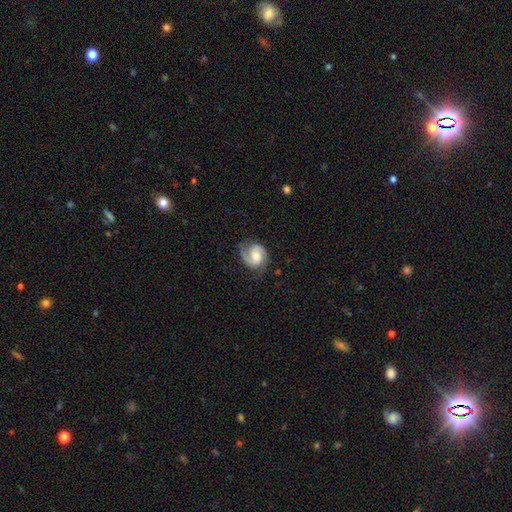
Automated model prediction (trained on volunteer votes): smooth_or_featured: featured or disk (p=0.78) [alt: smooth p=0.16]
disk_edge_on: no (p=0.98) [alt: yes p=0.02]
bar: no (p=0.49) [alt: weak p=0.41]
has_spiral_arms: yes (p=0.96) [alt: no p=0.04]
spiral_winding: medium (p=0.48) [alt: tight p=0.33]
spiral_arm_count: 2 (p=0.80) [alt: 1 p=0.12]
bulge_size: moderate (p=0.44) [alt: small p=0.24]
merging: none (p=0.69) [alt: minor disturbance p=0.20]